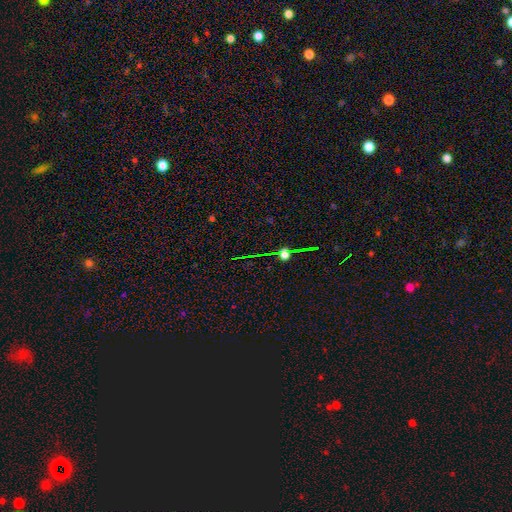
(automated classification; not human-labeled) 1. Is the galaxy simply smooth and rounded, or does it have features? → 72% star or artifact, 14% featured or disk, 13% smooth.